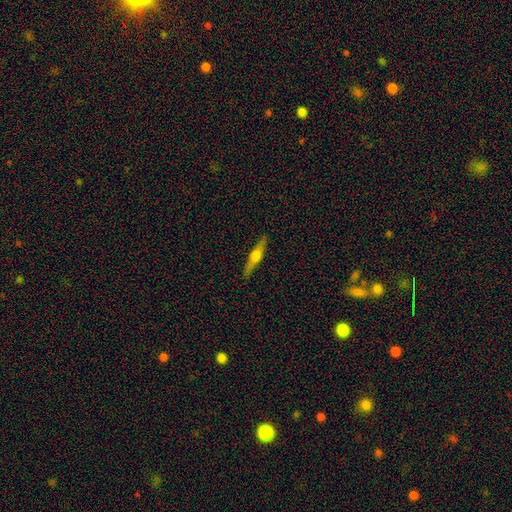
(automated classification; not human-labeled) Overall: featured or disk (68%). Edge-on disk: yes (97%). Edge-on bulge: rounded (94%). Merging: none (91%).